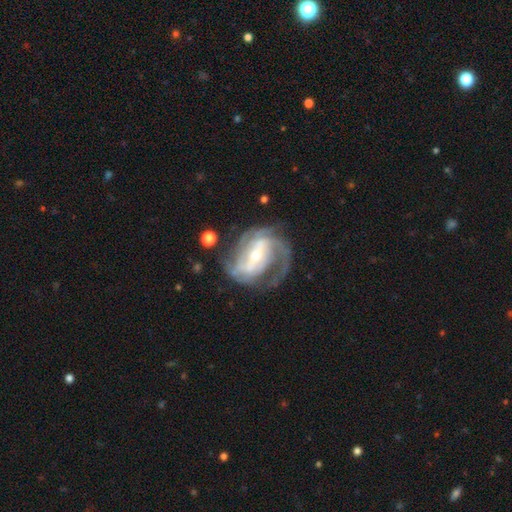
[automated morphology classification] Smooth or featured? featured or disk (89%)
Edge-on disk? no (97%)
Bar? strong (50%)
Spiral arms? yes (96%)
Spiral winding? medium (46%)
Spiral arm count? 2 (32%)
Bulge size? small (56%)
Merging? none (61%)